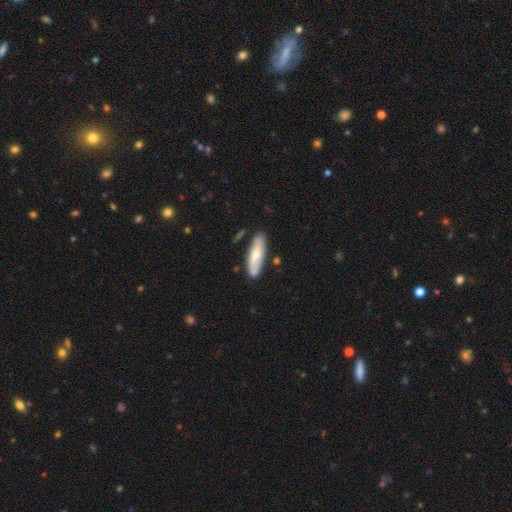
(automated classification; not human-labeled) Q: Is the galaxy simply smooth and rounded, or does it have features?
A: smooth — 59%.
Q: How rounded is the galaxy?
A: in between — 54%.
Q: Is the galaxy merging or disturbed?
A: none — 80%.